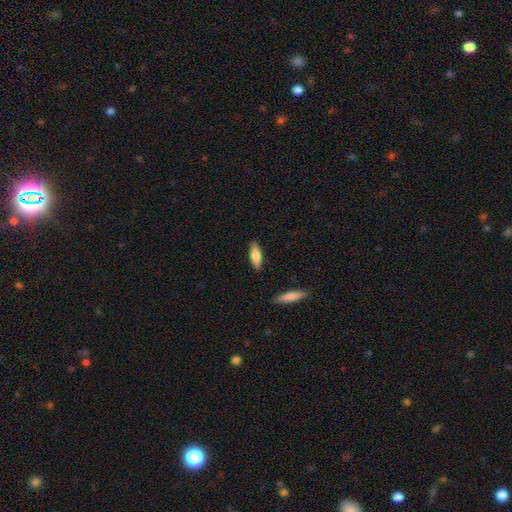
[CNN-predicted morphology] Q: Smooth or featured?
A: smooth (68%); runner-up: featured or disk (26%)
Q: How rounded?
A: in between (51%); runner-up: cigar-shaped (47%)
Q: Merging?
A: none (85%); runner-up: minor disturbance (11%)